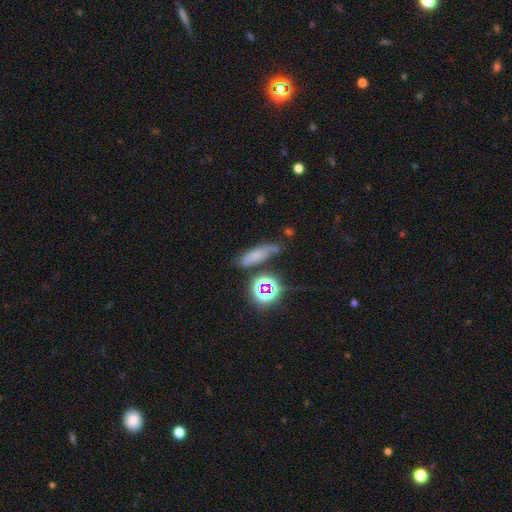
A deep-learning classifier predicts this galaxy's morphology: Q: Smooth or featured?
A: smooth (59%); runner-up: star or artifact (23%)
Q: How rounded?
A: cigar-shaped (46%); runner-up: in between (43%)
Q: Merging?
A: none (57%); runner-up: minor disturbance (23%)